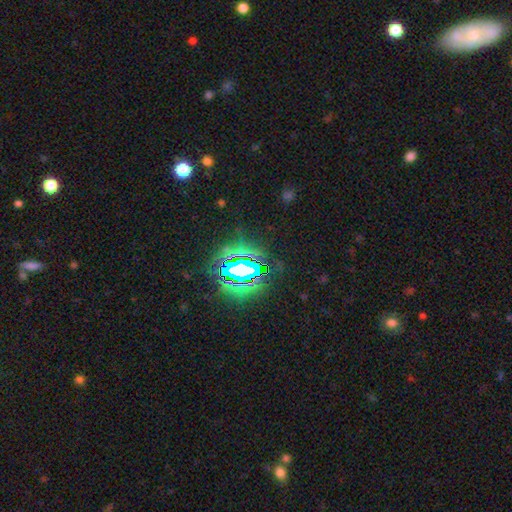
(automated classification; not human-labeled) Overall: star or artifact (83%).